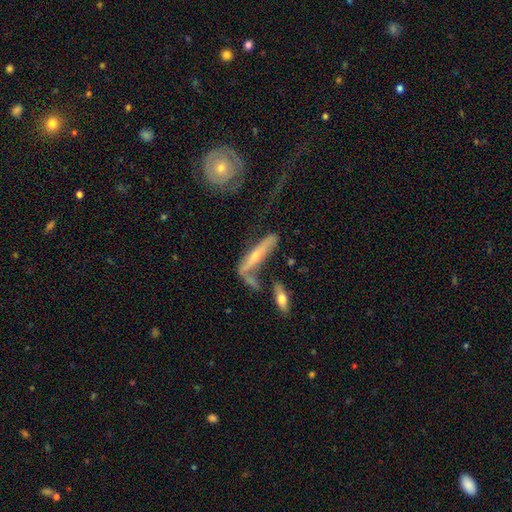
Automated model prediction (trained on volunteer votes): Smooth or featured? Predicted: featured or disk (p=0.60). Edge-on disk? Predicted: yes (p=0.68). Merging? Predicted: none (p=0.37).